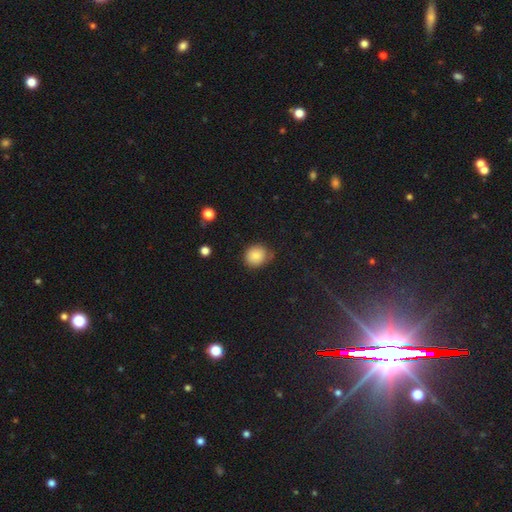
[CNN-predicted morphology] The model was most divided on "merging": none: 70%, minor disturbance: 23%, major disturbance: 5%, merger: 2%. More confident: smooth or featured — smooth (82%); how rounded — round (77%).